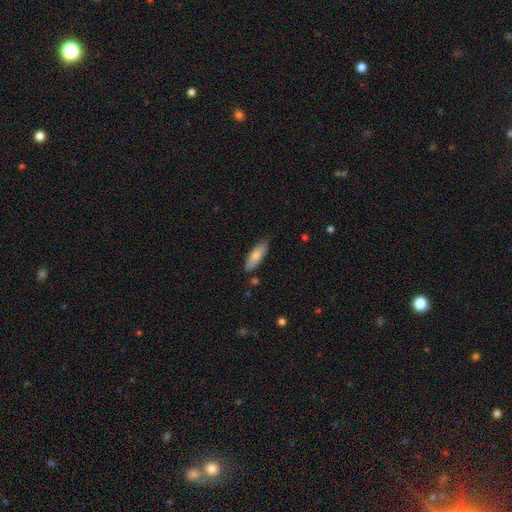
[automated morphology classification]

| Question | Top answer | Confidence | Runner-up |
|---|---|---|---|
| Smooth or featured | smooth | 78% | featured or disk (16%) |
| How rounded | in between | 59% | cigar-shaped (39%) |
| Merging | none | 81% | minor disturbance (15%) |